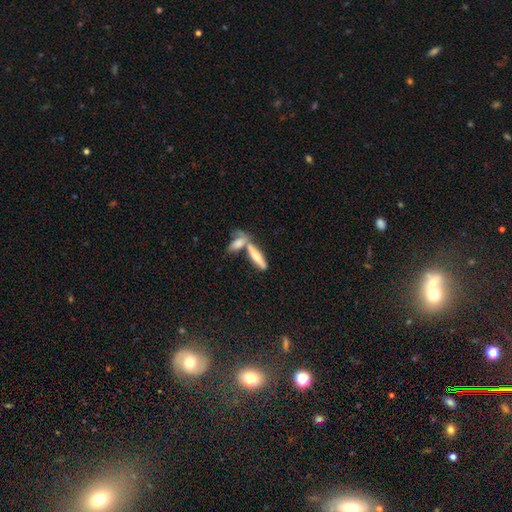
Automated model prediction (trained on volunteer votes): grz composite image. It shows a smooth galaxy with no disk features (51%) that is cigar-shaped (73%). Merging: none (45%).